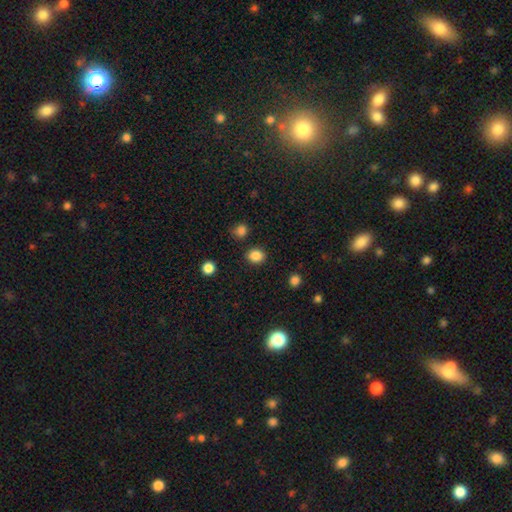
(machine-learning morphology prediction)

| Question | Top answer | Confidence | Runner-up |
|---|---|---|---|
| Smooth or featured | smooth | 85% | star or artifact (11%) |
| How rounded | round | 70% | in between (29%) |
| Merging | none | 87% | minor disturbance (7%) |